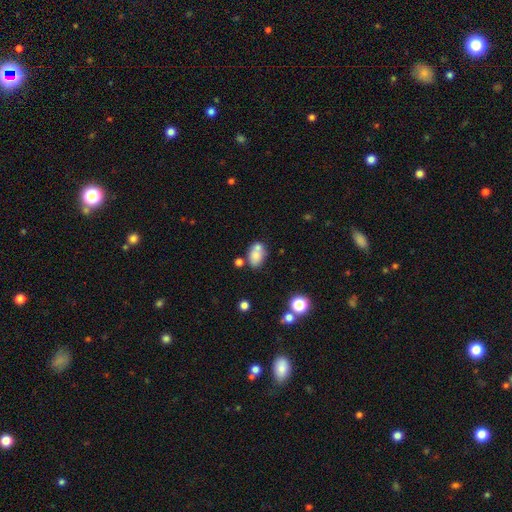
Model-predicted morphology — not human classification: Overall: smooth (74%). How rounded: in between (80%). Merging: none (45%; merger 34%).